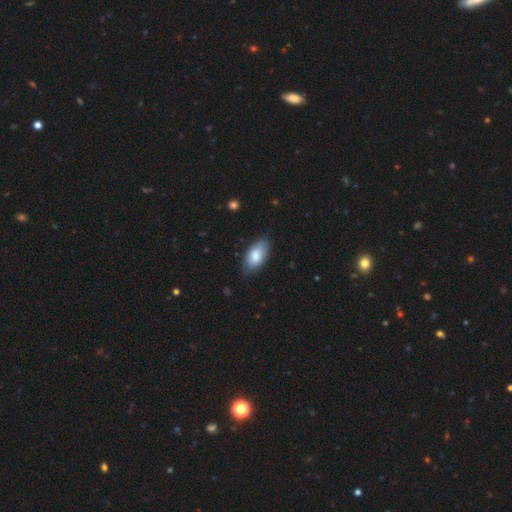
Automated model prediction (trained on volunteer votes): A smooth galaxy with no disk features (81%) that is in between round and cigar-shaped (93%). Merging: none (78%).